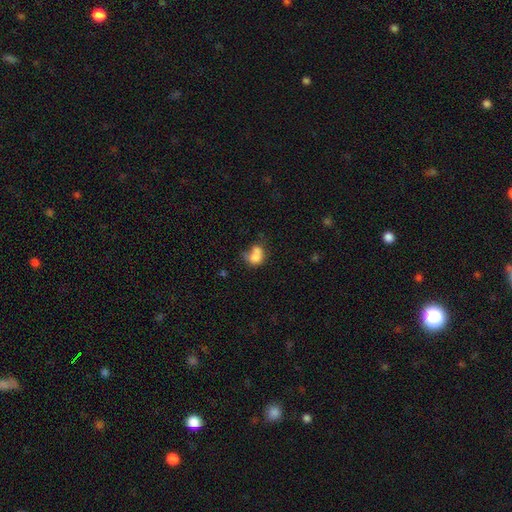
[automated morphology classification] Smooth or featured? Predicted: smooth (p=0.73). How rounded? Predicted: in between (p=0.50). Merging? Predicted: merger (p=0.51).